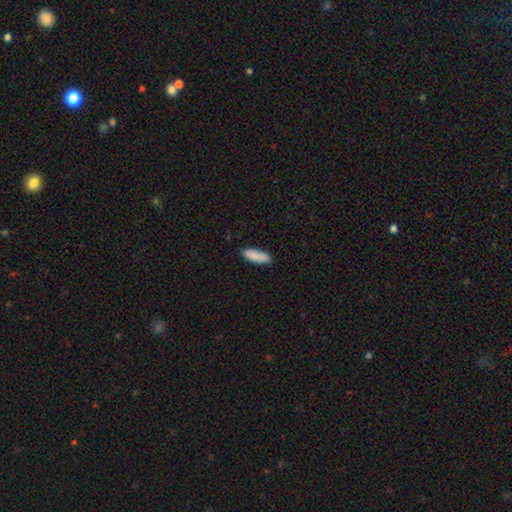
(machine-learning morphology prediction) Smooth or featured? Predicted: smooth (p=0.87). How rounded? Predicted: in between (p=0.58). Merging? Predicted: none (p=0.87).